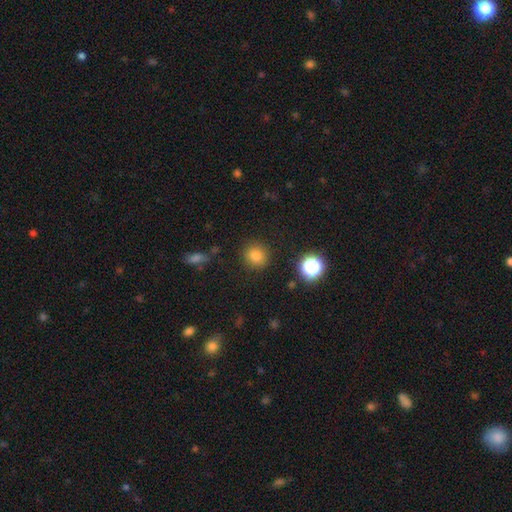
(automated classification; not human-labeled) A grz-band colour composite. It shows a smooth galaxy with no disk features (80%) that is round (90%). Merging: none (88%).